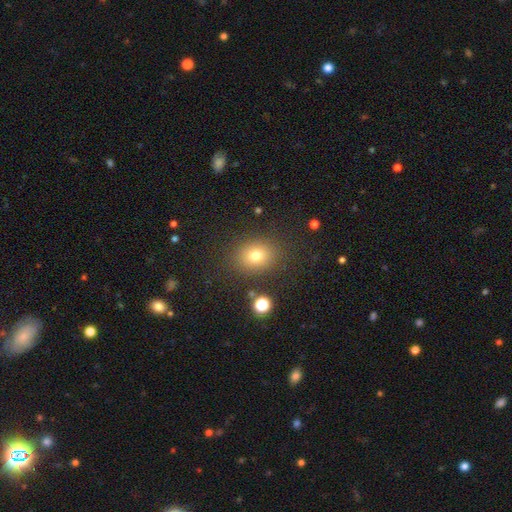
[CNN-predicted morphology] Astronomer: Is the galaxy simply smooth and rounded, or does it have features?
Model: smooth — 75%.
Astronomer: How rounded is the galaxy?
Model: round — 60% (runner-up: in between, 39%).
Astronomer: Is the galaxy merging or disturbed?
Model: none — 85%.